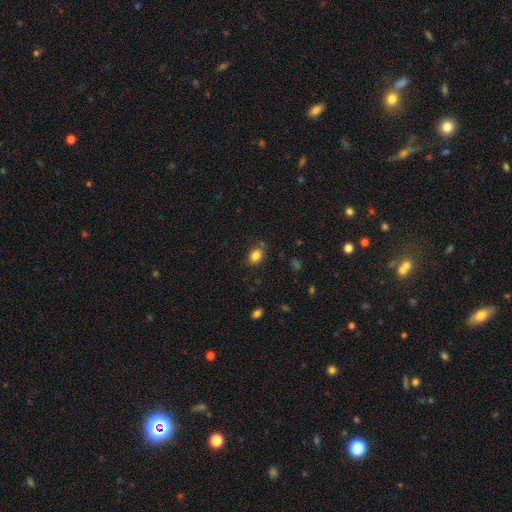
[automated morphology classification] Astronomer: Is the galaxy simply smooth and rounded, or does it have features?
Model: smooth — 83%.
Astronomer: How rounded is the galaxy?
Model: in between — 62% (runner-up: round, 37%).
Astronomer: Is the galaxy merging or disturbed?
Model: none — 78%.